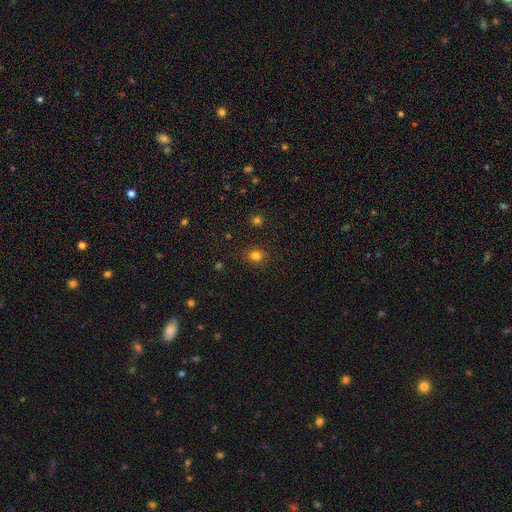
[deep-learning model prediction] Q: Smooth or featured?
A: smooth (81%); runner-up: star or artifact (15%)
Q: How rounded?
A: round (74%); runner-up: in between (25%)
Q: Merging?
A: none (87%); runner-up: minor disturbance (9%)